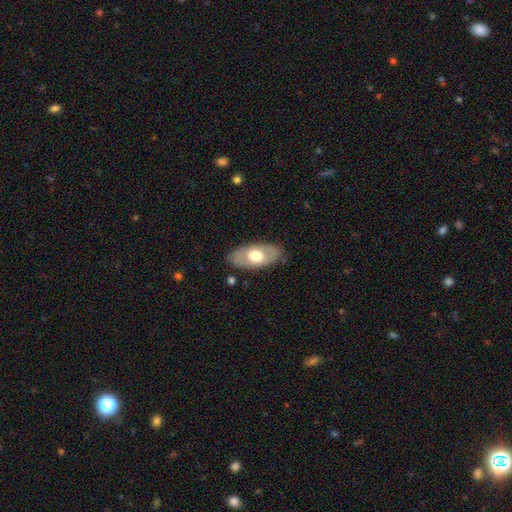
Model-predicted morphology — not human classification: Smooth or featured?
  - smooth: 50% *
  - featured or disk: 45%
  - star or artifact: 5%
Merging?
  - none: 81% *
  - minor disturbance: 14%
  - major disturbance: 4%
  - merger: 1%